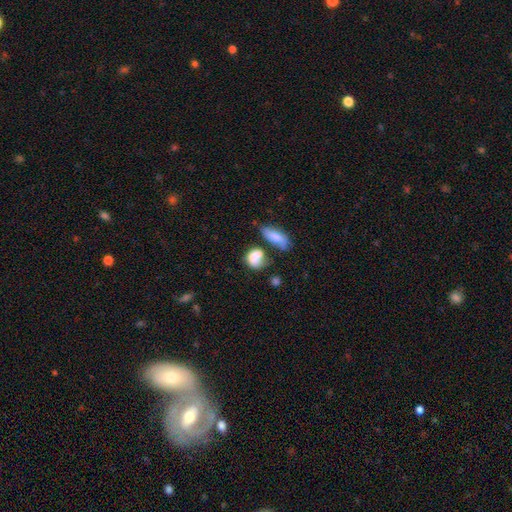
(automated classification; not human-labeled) Smooth or featured?
  - smooth: 77% *
  - featured or disk: 14%
  - star or artifact: 9%
How rounded?
  - in between: 67% *
  - round: 30%
  - cigar-shaped: 3%
Merging?
  - none: 30% *
  - merger: 28%
  - minor disturbance: 24%
  - major disturbance: 18%